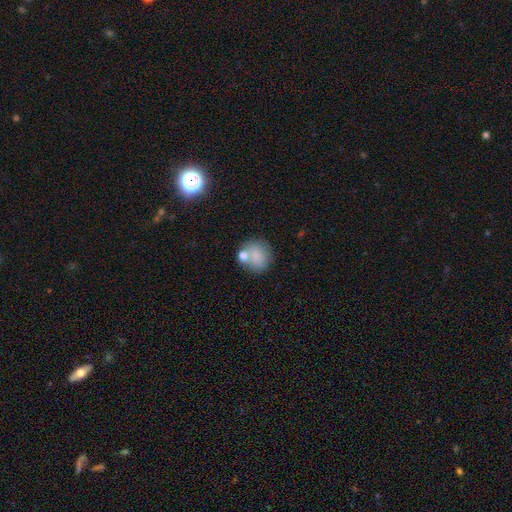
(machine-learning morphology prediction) The model was most divided on "merging": none: 60%, merger: 22%, minor disturbance: 14%, major disturbance: 5%. More confident: how rounded — round (83%); smooth or featured — smooth (79%).